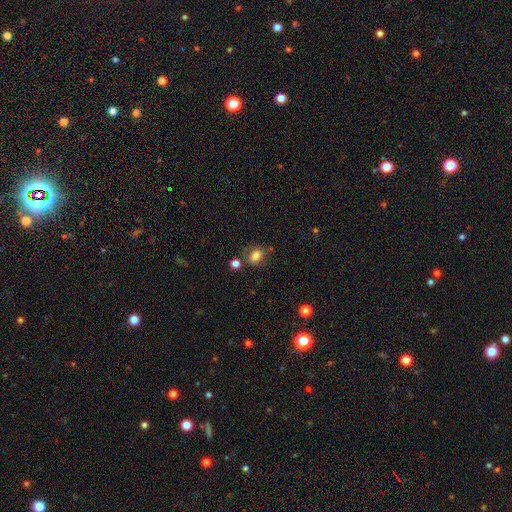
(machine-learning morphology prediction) A smooth galaxy with no disk features (76%) that is round (51%). Merging: none (64%).